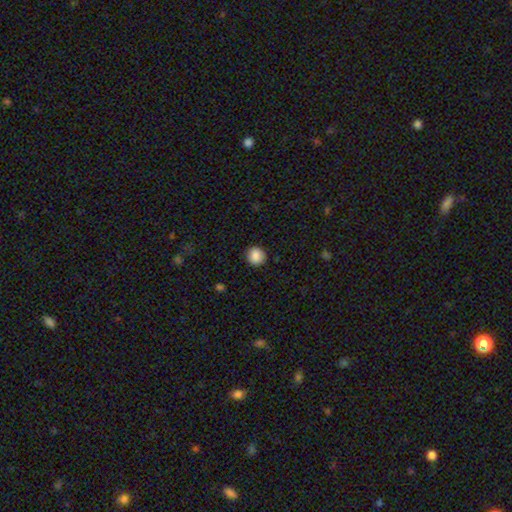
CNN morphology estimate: Smooth or featured? smooth (88%)
How rounded? round (92%)
Merging? none (91%)